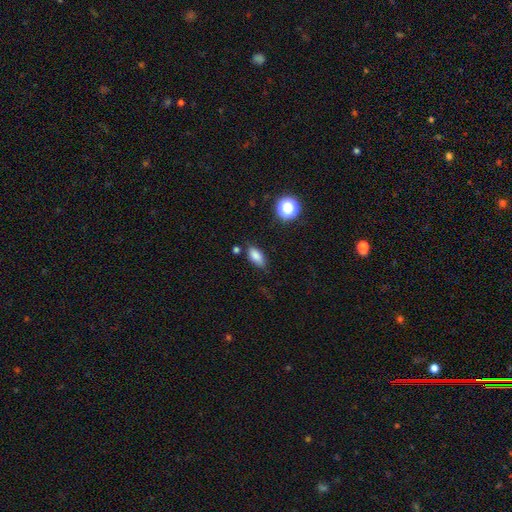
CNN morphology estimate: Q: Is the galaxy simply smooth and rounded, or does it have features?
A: smooth — 82%.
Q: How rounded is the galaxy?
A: in between — 84%.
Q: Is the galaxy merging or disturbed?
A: none — 76%.